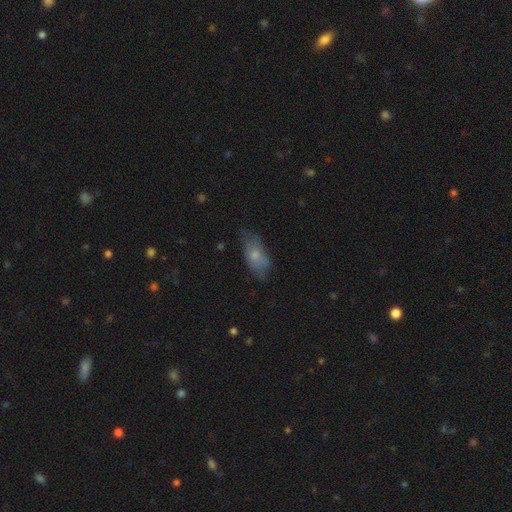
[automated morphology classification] A smooth galaxy with no disk features (65%) that is in between round and cigar-shaped (87%).

Vote fractions:
- Smooth or featured? smooth: 65% / featured or disk: 27% / star or artifact: 8%
- How rounded? in between: 87% / cigar-shaped: 8% / round: 4%
- Merging? none: 54% / minor disturbance: 31% / major disturbance: 12% / merger: 2%